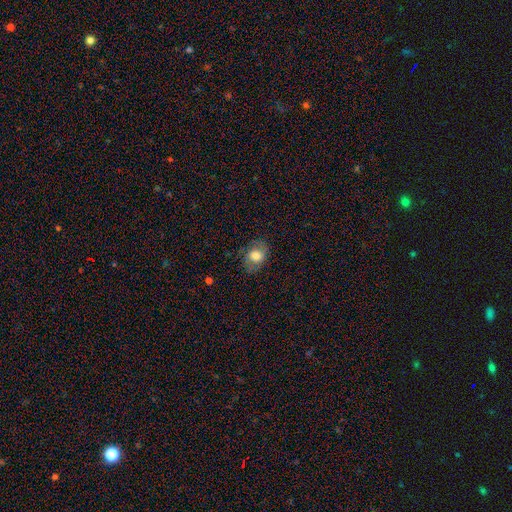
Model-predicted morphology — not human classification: A smooth galaxy with no disk features (61%) that is in between round and cigar-shaped (65%). Merging: none (74%).